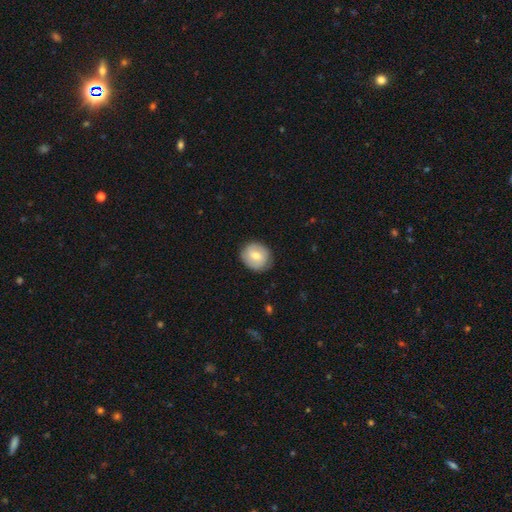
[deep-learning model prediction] This appears to be a smooth galaxy with no disk features (66%) that is round (81%). Merging: none (85%).